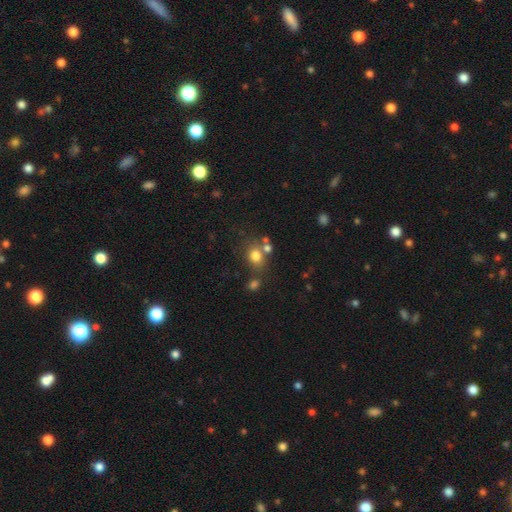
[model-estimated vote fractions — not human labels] Morphology: type=smooth (76%); roundness=round (67%); merging=none (61%).